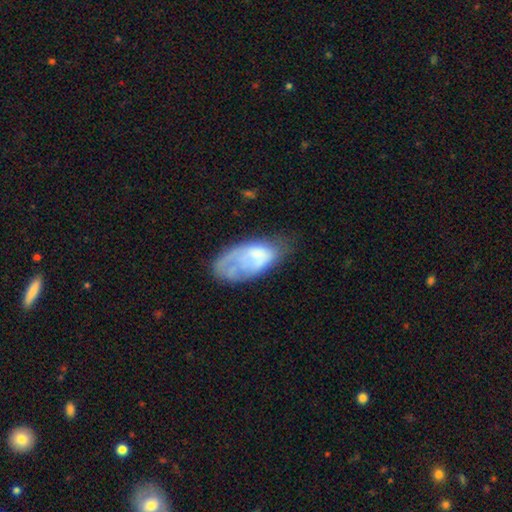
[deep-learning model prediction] smooth_or_featured: smooth (p=0.51) [alt: featured or disk p=0.41]
how_rounded: in between (p=0.91) [alt: cigar-shaped p=0.06]
merging: none (p=0.39) [alt: minor disturbance p=0.30]